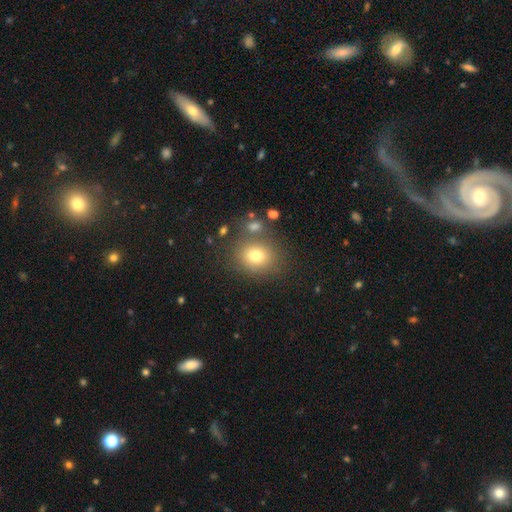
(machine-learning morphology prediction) A smooth galaxy with no disk features (75%) that is round (77%).

Vote fractions:
- Smooth or featured? smooth: 75% / star or artifact: 14% / featured or disk: 11%
- How rounded? round: 77% / in between: 22% / cigar-shaped: 1%
- Merging? none: 74% / minor disturbance: 11% / merger: 10% / major disturbance: 5%